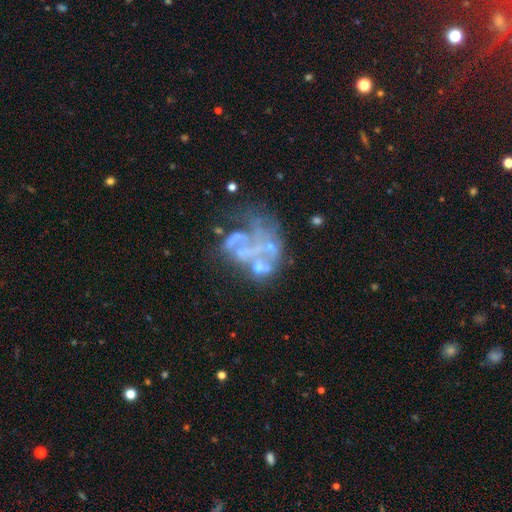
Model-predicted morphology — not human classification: Q: Smooth or featured?
A: featured or disk (68%); runner-up: star or artifact (18%)
Q: Edge-on disk?
A: no (98%); runner-up: yes (2%)
Q: Bar?
A: no (88%); runner-up: weak (8%)
Q: Spiral arms?
A: no (84%); runner-up: yes (16%)
Q: Bulge size?
A: none (74%); runner-up: small (15%)
Q: Merging?
A: major disturbance (38%); runner-up: none (29%)